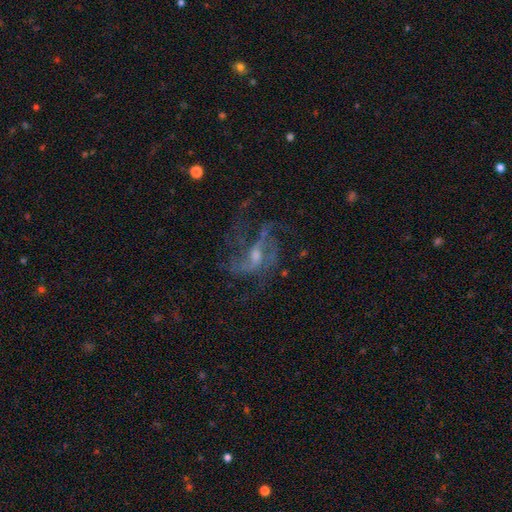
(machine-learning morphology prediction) Smooth or featured? Predicted: featured or disk (p=0.80). Edge-on disk? Predicted: no (p=0.96). Bar? Predicted: weak (p=0.46). Spiral arms? Predicted: yes (p=0.87). Spiral winding? Predicted: loose (p=0.47). Spiral arm count? Predicted: 3 (p=0.28). Bulge size? Predicted: small (p=0.44). Merging? Predicted: none (p=0.52).